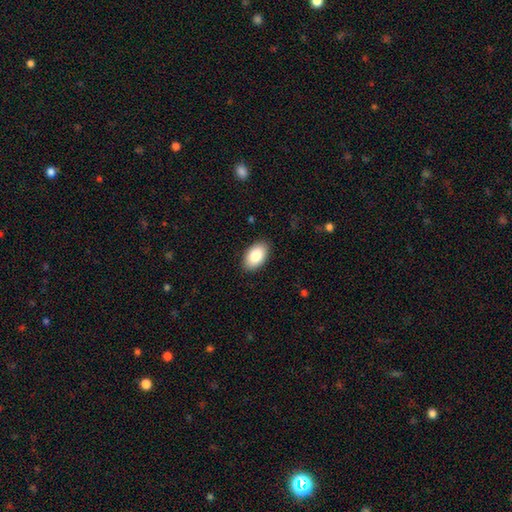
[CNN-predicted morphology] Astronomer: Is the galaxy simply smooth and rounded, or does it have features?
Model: smooth — 86%.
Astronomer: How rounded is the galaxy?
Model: in between — 93%.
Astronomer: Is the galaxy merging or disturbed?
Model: none — 89%.